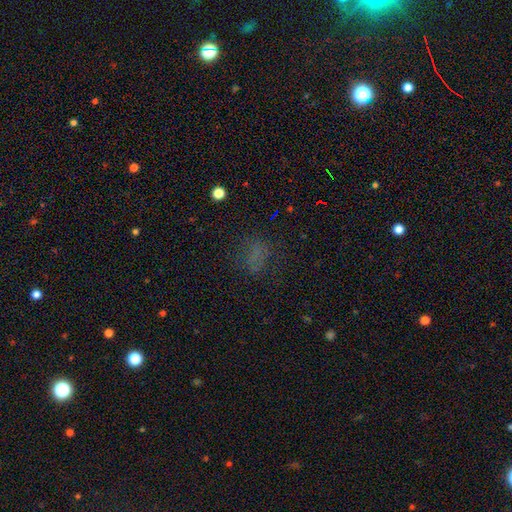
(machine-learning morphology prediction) Smooth or featured? smooth (58%)
How rounded? in between (61%)
Merging? none (68%)